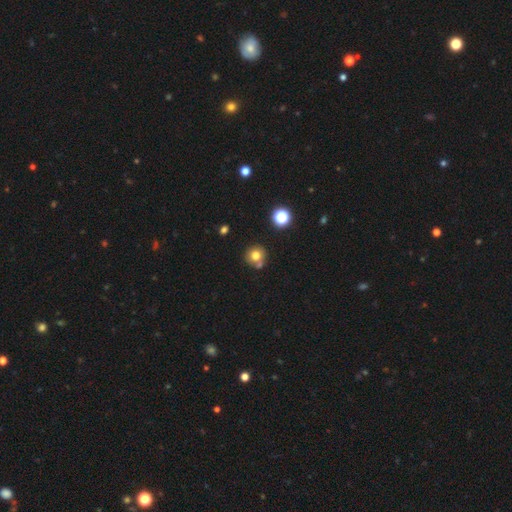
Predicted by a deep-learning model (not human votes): This is likely a smooth galaxy (75%). How rounded: clearly round (90%). Merging: likely none (67%).